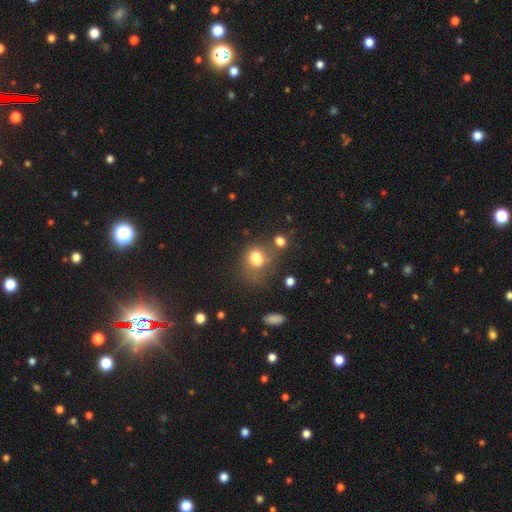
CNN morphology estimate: This is likely a smooth galaxy (74%). How rounded: possibly in between (55%). Merging: marginally none (38%).